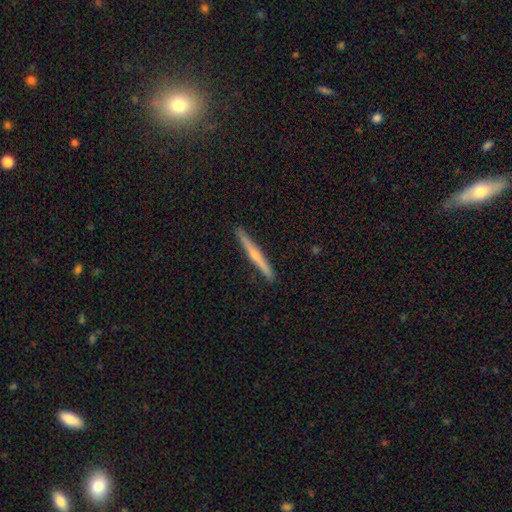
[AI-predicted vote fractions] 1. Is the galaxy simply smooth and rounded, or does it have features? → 64% featured or disk, 30% smooth, 6% star or artifact.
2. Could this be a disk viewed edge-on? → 98% yes, 2% no.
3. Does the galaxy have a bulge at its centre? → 75% rounded, 21% none, 4% boxy.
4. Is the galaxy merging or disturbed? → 91% none, 6% minor disturbance, 1% major disturbance, 1% merger.